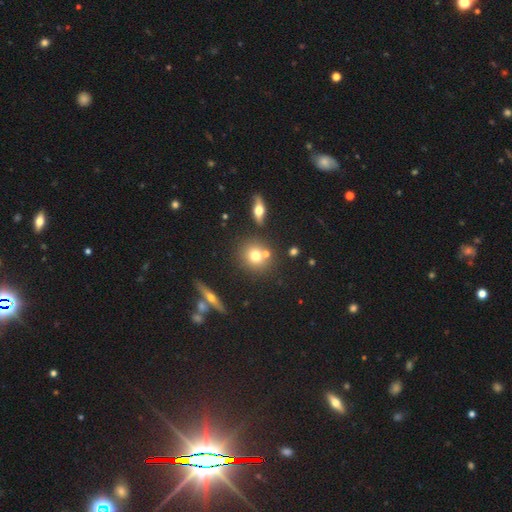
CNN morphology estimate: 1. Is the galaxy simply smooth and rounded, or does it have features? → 69% smooth, 17% featured or disk, 13% star or artifact.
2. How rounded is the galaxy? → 83% round, 15% in between, 2% cigar-shaped.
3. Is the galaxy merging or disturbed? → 69% none, 19% merger, 9% minor disturbance, 3% major disturbance.